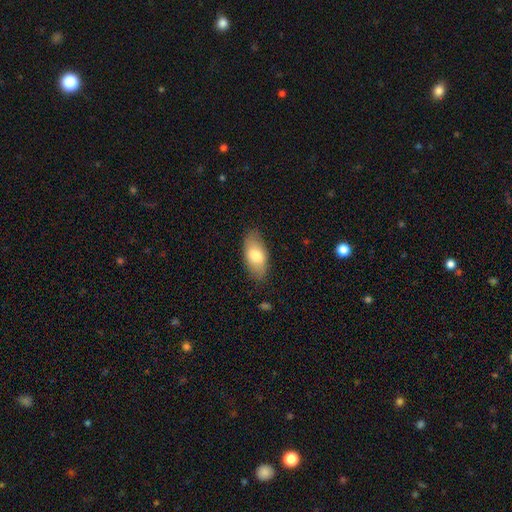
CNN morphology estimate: Smooth or featured? smooth (74%)
How rounded? in between (91%)
Merging? none (81%)